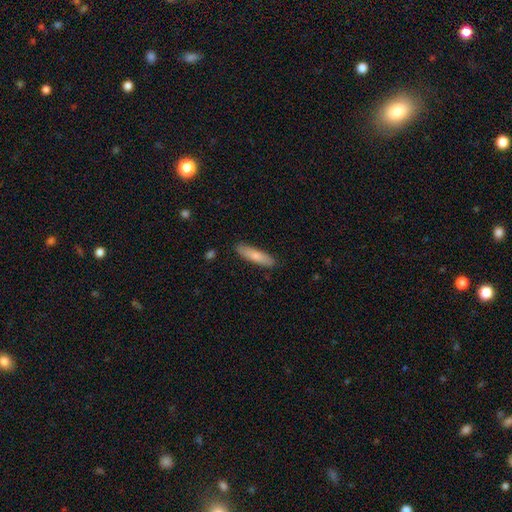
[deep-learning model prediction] smooth 76%, featured or disk 18%, star or artifact 6%. Down the decision tree: how rounded — cigar-shaped (73%); merging — none (87%).